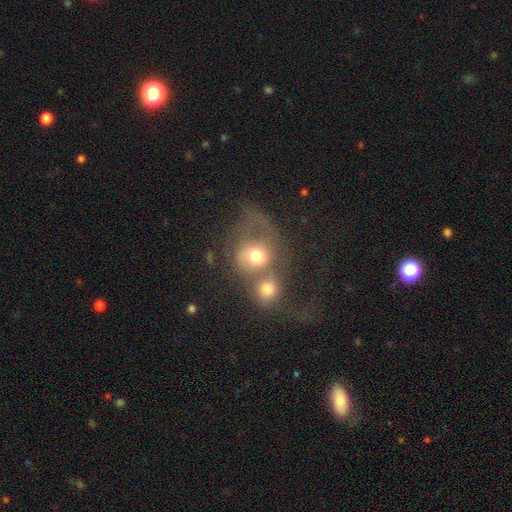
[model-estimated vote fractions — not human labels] Morphology: type=smooth (65%); roundness=round (73%); merging=merger (65%).